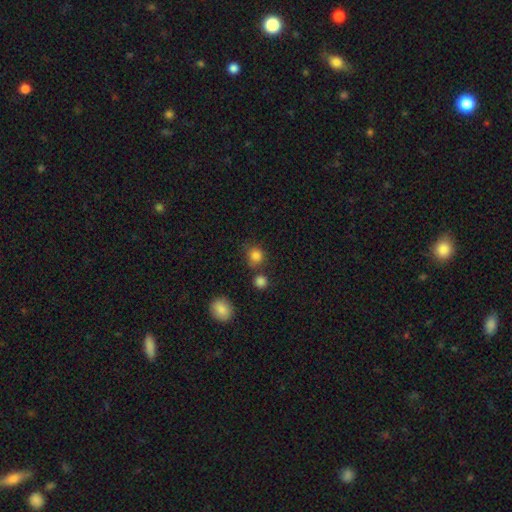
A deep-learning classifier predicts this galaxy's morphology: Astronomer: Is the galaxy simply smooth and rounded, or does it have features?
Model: smooth — 82%.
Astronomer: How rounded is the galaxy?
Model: round — 86%.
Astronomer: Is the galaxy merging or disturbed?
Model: none — 69%.